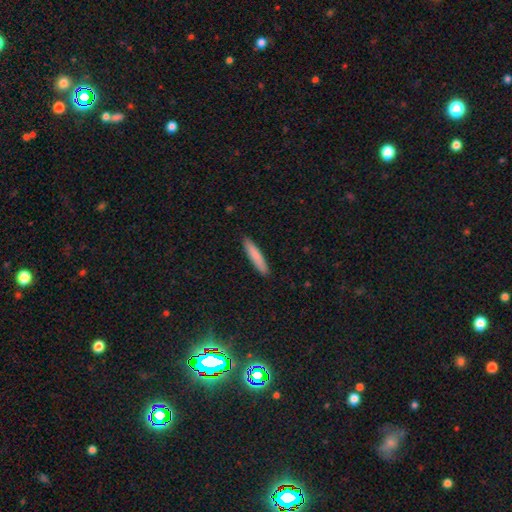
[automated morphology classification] Smooth or featured? smooth (82%)
How rounded? cigar-shaped (91%)
Merging? none (91%)